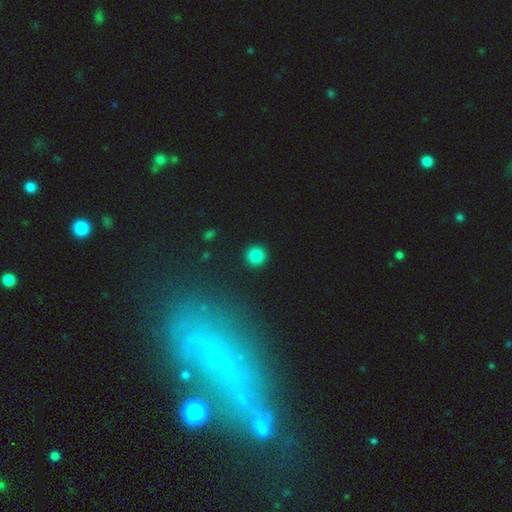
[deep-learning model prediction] Smooth or featured? smooth (85%)
How rounded? round (95%)
Merging? none (93%)